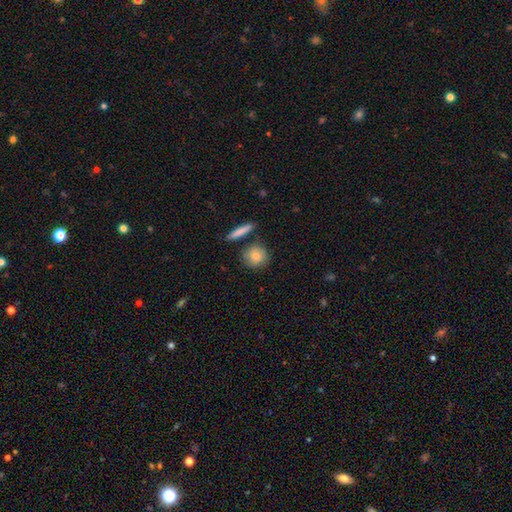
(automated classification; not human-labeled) smooth-or-featured: smooth: 80% | featured or disk: 14% | star or artifact: 7%
  how-rounded: round: 81% | in between: 15% | cigar-shaped: 4%
  merging: none: 77% | minor disturbance: 12% | merger: 8% | major disturbance: 3%